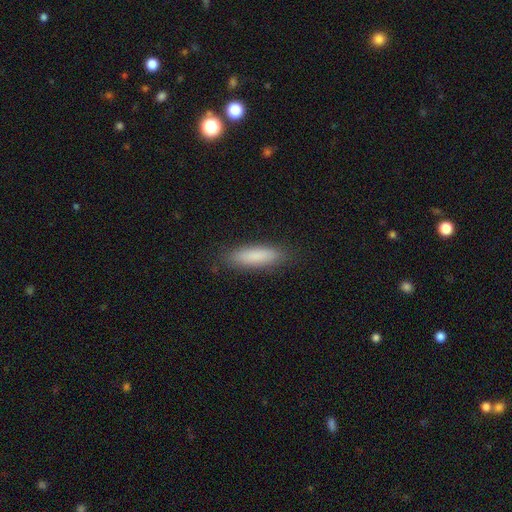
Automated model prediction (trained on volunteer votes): A smooth galaxy with no disk features (85%) that is cigar-shaped (62%).

Vote fractions:
- Smooth or featured? smooth: 85% / featured or disk: 9% / star or artifact: 7%
- How rounded? cigar-shaped: 62% / in between: 36% / round: 1%
- Merging? none: 87% / minor disturbance: 10% / major disturbance: 2% / merger: 1%